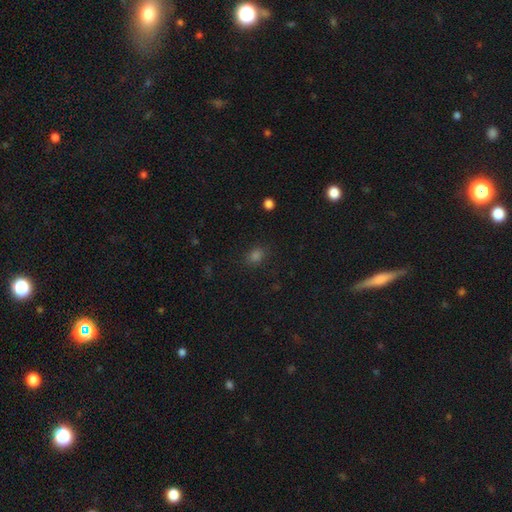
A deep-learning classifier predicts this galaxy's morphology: Smooth or featured: smooth — 76% (star or artifact — 20%)
How rounded: round — 50% (in between — 48%)
Merging: none — 85% (minor disturbance — 10%)